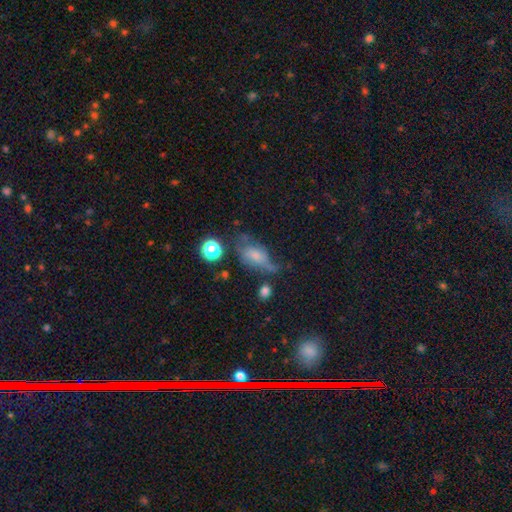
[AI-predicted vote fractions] Q: Smooth or featured?
A: smooth (51%); runner-up: featured or disk (35%)
Q: How rounded?
A: in between (80%); runner-up: round (12%)
Q: Merging?
A: minor disturbance (31%); tied with: none (31%); major disturbance (31%)